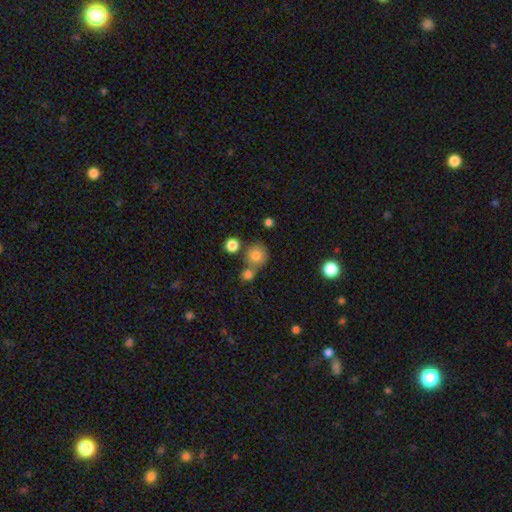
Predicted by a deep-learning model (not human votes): A smooth galaxy with no disk features (79%) that is round (87%).

Vote fractions:
- Smooth or featured? smooth: 79% / star or artifact: 12% / featured or disk: 9%
- How rounded? round: 87% / in between: 12% / cigar-shaped: 1%
- Merging? none: 56% / merger: 29% / minor disturbance: 10% / major disturbance: 4%